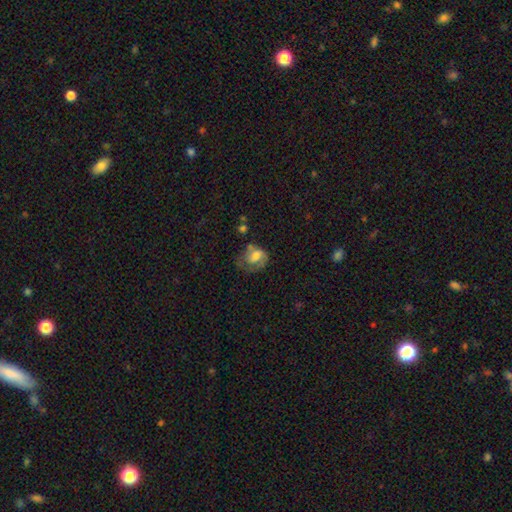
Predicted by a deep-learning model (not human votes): The model was most divided on "smooth or featured": smooth: 46%, featured or disk: 45%, star or artifact: 9%. Remaining: merging — none (35%).